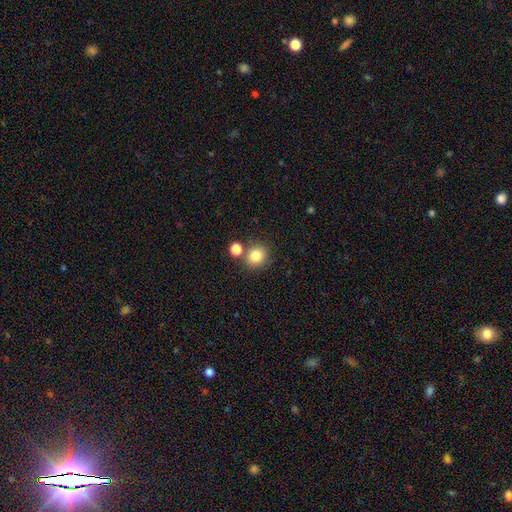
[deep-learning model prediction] This appears to be a smooth galaxy with no disk features (82%) that is round (86%). Merging: none (73%).